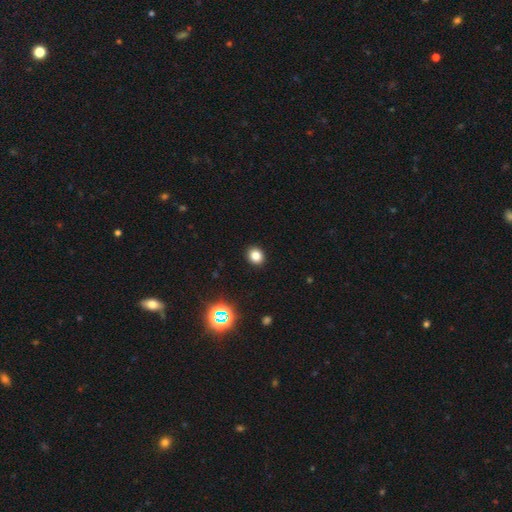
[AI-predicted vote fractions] Smooth or featured: smooth — 80% (star or artifact — 14%)
How rounded: round — 71% (in between — 28%)
Merging: none — 92% (minor disturbance — 5%)